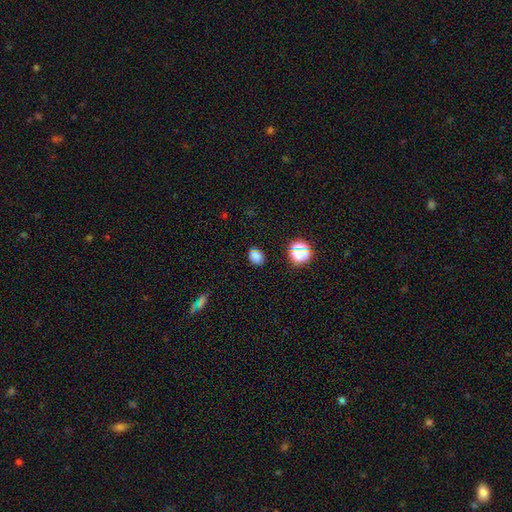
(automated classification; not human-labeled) A smooth galaxy with no disk features (81%) that is in between round and cigar-shaped (57%). Merging: none (84%).